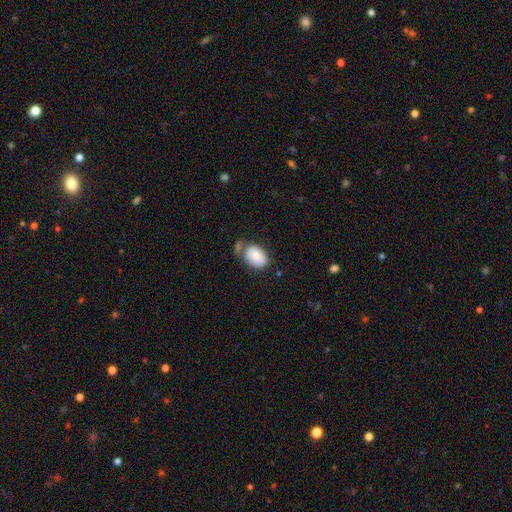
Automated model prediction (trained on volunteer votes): smooth 80%, featured or disk 13%, star or artifact 7%. Down the decision tree: how rounded — in between (84%); merging — none (53%).